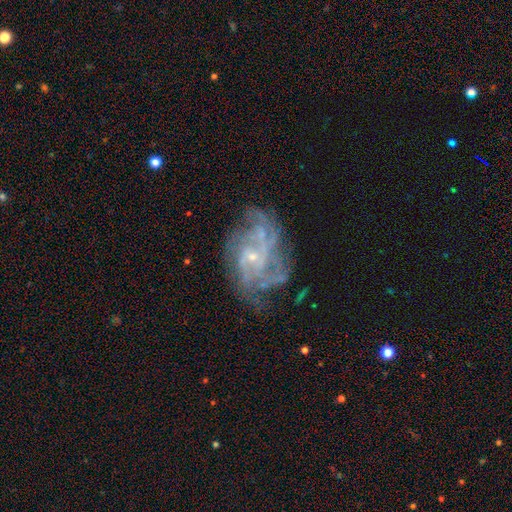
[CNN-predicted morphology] Smooth or featured? Predicted: featured or disk (p=0.83). Edge-on disk? Predicted: no (p=0.97). Bar? Predicted: no (p=0.65). Spiral arms? Predicted: yes (p=0.90). Spiral winding? Predicted: tight (p=0.42). Spiral arm count? Predicted: can't tell (p=0.32). Bulge size? Predicted: small (p=0.79). Merging? Predicted: none (p=0.61).